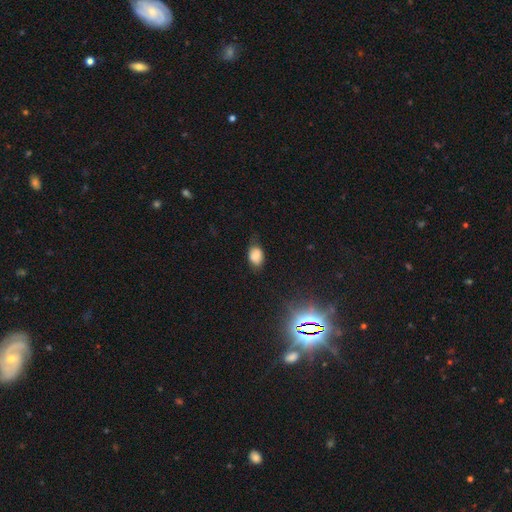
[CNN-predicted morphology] The model was most divided on "merging": none: 66%, minor disturbance: 26%, major disturbance: 6%, merger: 2%. More confident: how rounded — in between (81%); smooth or featured — smooth (78%).